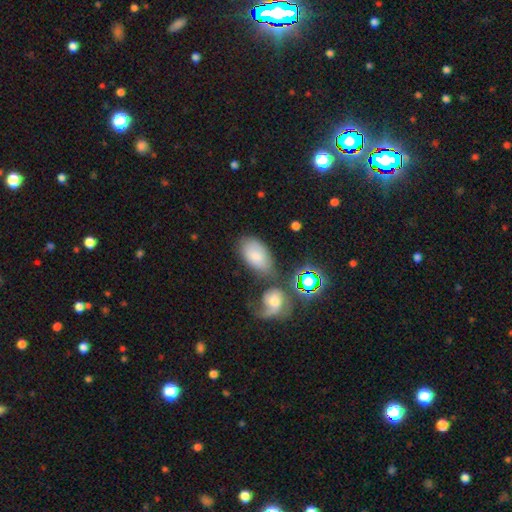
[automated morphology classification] Smooth or featured? smooth (70%)
How rounded? in between (92%)
Merging? none (52%)